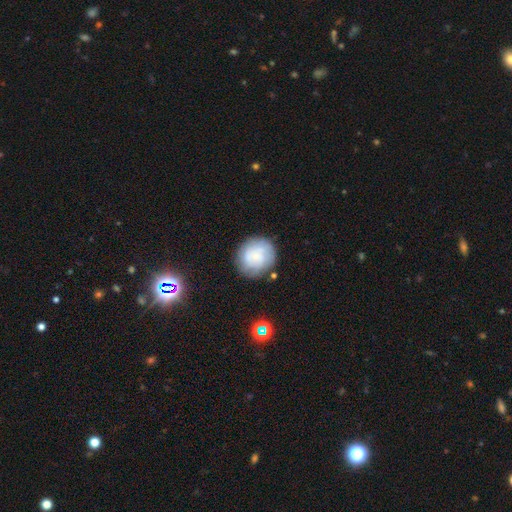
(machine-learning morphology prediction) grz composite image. It shows a smooth galaxy with no disk features (57%) that is round (86%). Merging: none (76%).